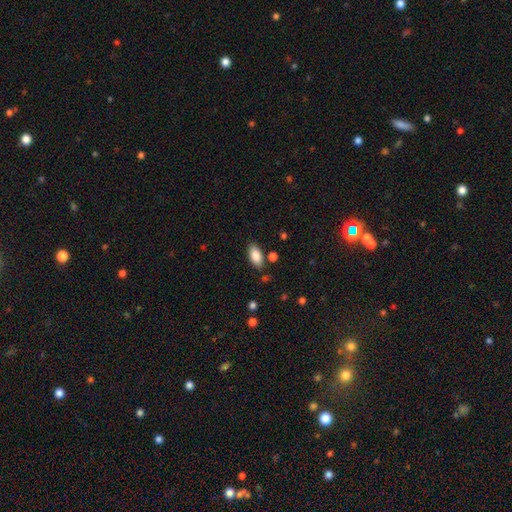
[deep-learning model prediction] Smooth or featured? smooth (86%)
How rounded? in between (90%)
Merging? none (82%)